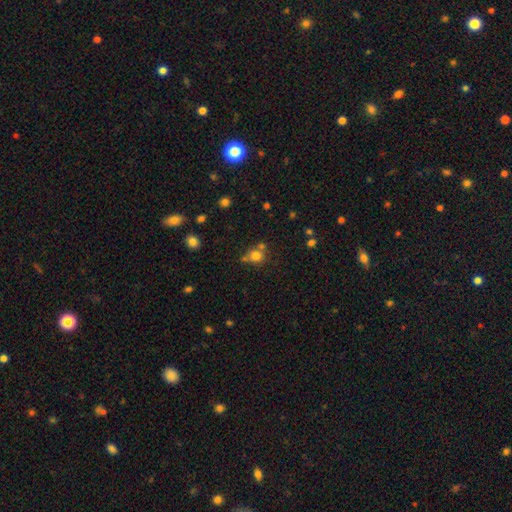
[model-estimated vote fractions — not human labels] smooth_or_featured: smooth (p=0.76) [alt: star or artifact p=0.15]
how_rounded: round (p=0.84) [alt: in between p=0.15]
merging: none (p=0.58) [alt: merger p=0.24]